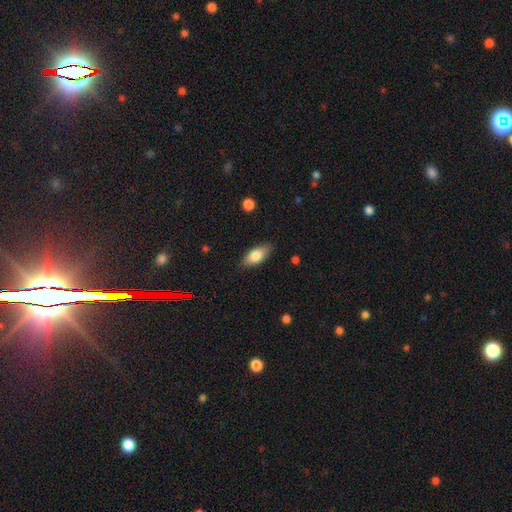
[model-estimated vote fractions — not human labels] This appears to be a smooth galaxy with no disk features (77%) that is in between round and cigar-shaped (85%). Merging: none (85%).